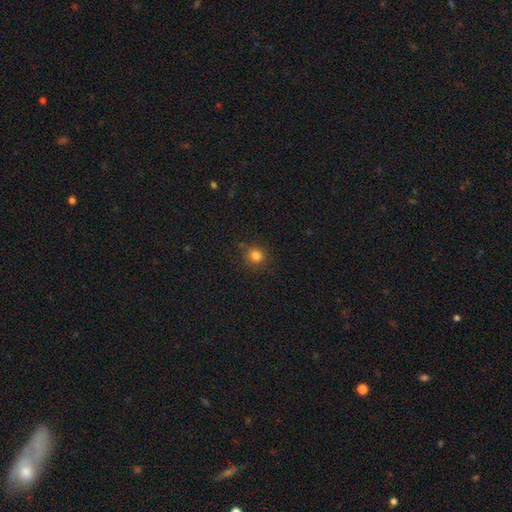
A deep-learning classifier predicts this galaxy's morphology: Smooth or featured?
  - smooth: 82% *
  - star or artifact: 13%
  - featured or disk: 5%
How rounded?
  - round: 87% *
  - in between: 12%
  - cigar-shaped: 1%
Merging?
  - none: 84% *
  - minor disturbance: 11%
  - major disturbance: 3%
  - merger: 2%